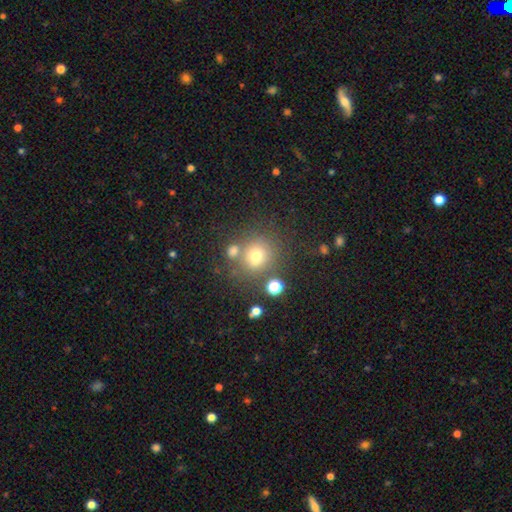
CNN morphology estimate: A smooth galaxy with no disk features (68%) that is round (87%).

Vote fractions:
- Smooth or featured? smooth: 68% / star or artifact: 18% / featured or disk: 13%
- How rounded? round: 87% / in between: 12% / cigar-shaped: 1%
- Merging? none: 67% / merger: 17% / minor disturbance: 11% / major disturbance: 5%